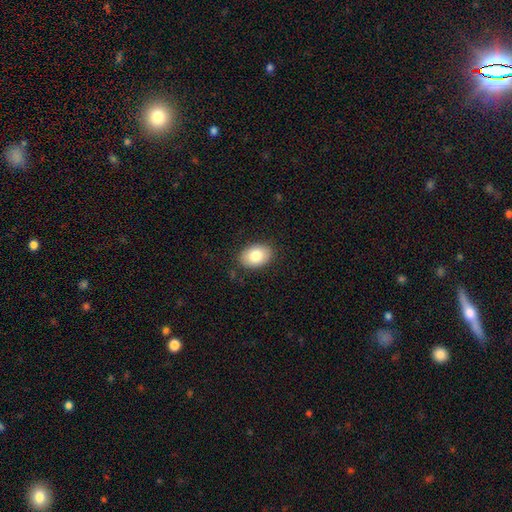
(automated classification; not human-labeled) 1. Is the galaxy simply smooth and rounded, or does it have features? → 83% smooth, 10% featured or disk, 7% star or artifact.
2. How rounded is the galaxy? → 84% in between, 15% round, 1% cigar-shaped.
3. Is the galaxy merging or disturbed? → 86% none, 10% minor disturbance, 3% major disturbance, 1% merger.